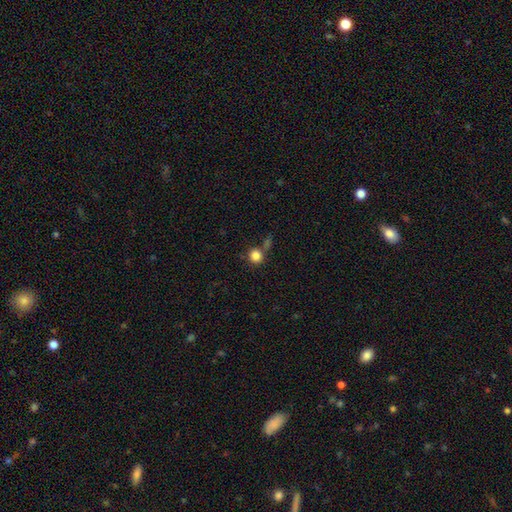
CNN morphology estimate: smooth 84%, star or artifact 11%, featured or disk 5%. Down the decision tree: how rounded — round (92%); merging — none (70%).